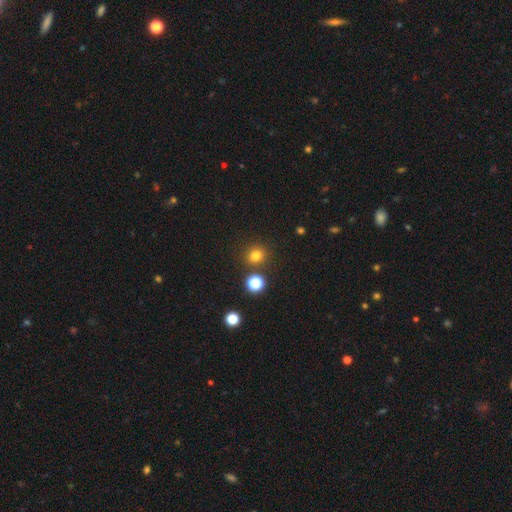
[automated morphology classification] smooth-or-featured: smooth: 77% | star or artifact: 17% | featured or disk: 5%
  how-rounded: round: 84% | in between: 15% | cigar-shaped: 1%
  merging: none: 84% | minor disturbance: 7% | merger: 6% | major disturbance: 3%